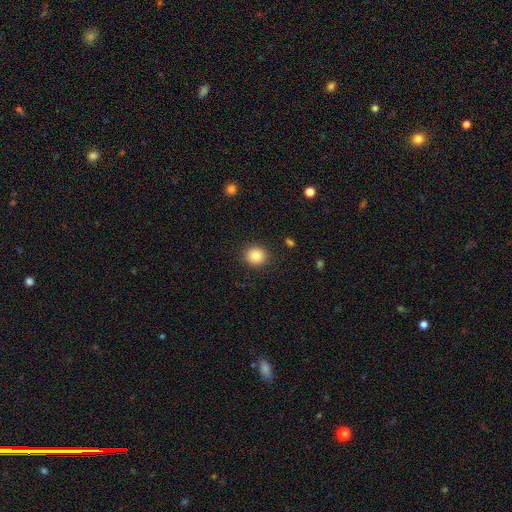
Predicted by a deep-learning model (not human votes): Smooth or featured? Predicted: smooth (p=0.84). How rounded? Predicted: round (p=0.88). Merging? Predicted: none (p=0.90).